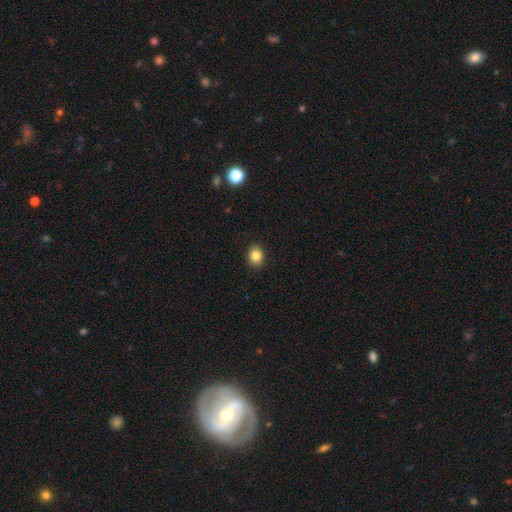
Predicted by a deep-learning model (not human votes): Overall: smooth (84%). How rounded: round (54%; in between 45%). Merging: none (90%).